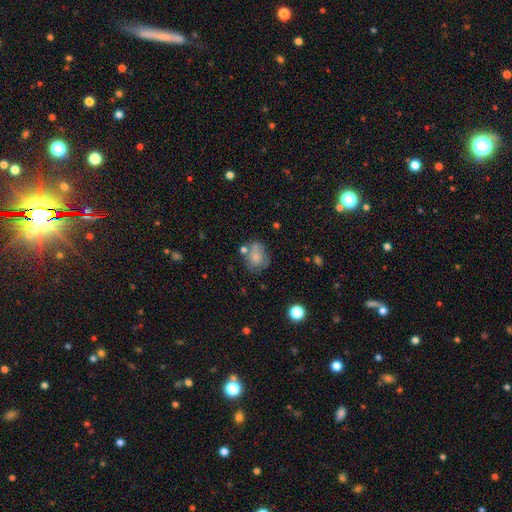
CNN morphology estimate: smooth 71%, featured or disk 20%, star or artifact 10%. Down the decision tree: how rounded — round (54%); merging — none (50%).